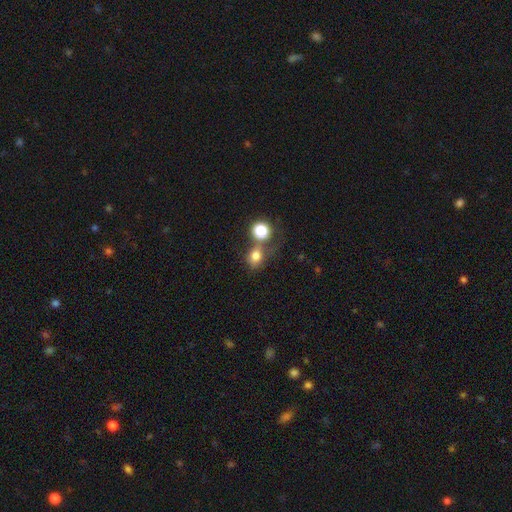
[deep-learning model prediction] Smooth or featured?
  - smooth: 77% *
  - star or artifact: 14%
  - featured or disk: 10%
How rounded?
  - round: 61% *
  - in between: 37%
  - cigar-shaped: 1%
Merging?
  - none: 46% *
  - merger: 33%
  - minor disturbance: 13%
  - major disturbance: 8%